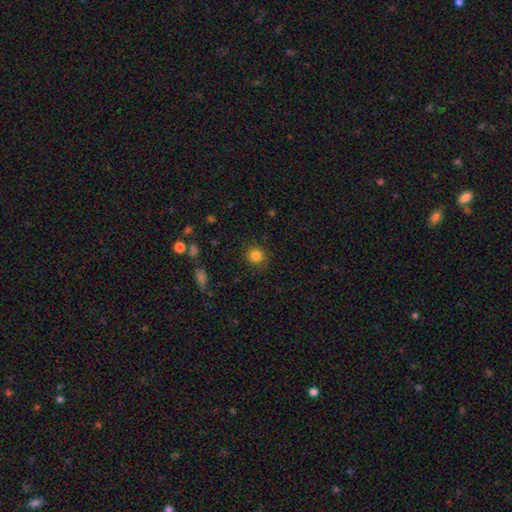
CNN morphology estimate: Smooth or featured? Predicted: smooth (p=0.83). How rounded? Predicted: round (p=0.89). Merging? Predicted: none (p=0.87).